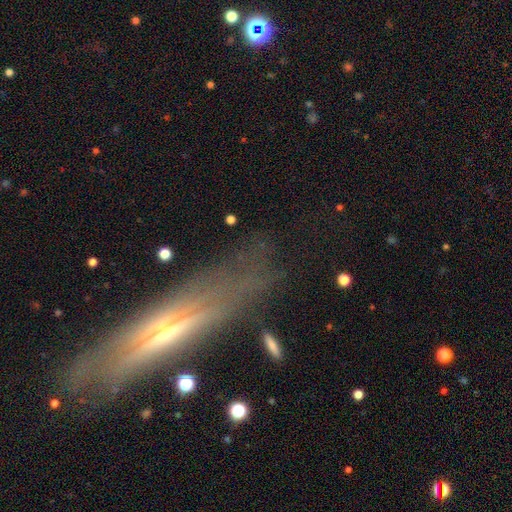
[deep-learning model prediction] Smooth or featured? featured or disk (60%)
Edge-on disk? yes (73%)
Merging? none (57%)